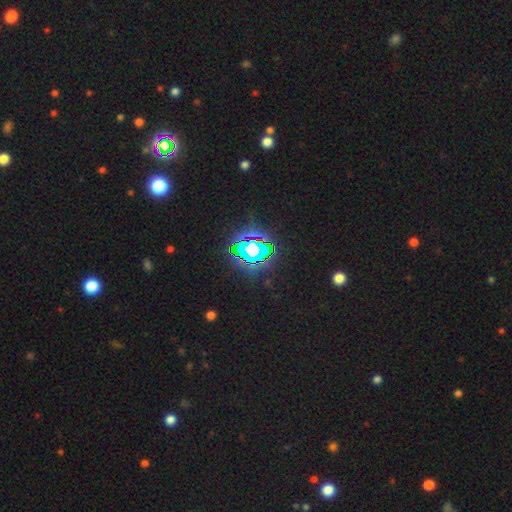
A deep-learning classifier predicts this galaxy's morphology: Smooth or featured? star or artifact (82%)